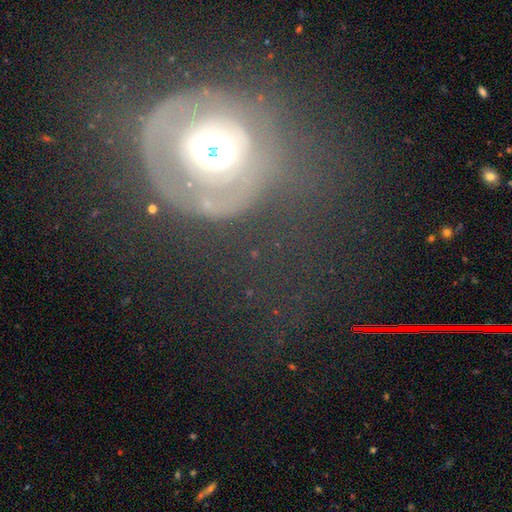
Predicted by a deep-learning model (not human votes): Morphology: type=featured or disk (61%); edge-on=no (94%); bar=no (80%); spiral arms=no (56%); bulge=moderate (46%); merging=none (51%).